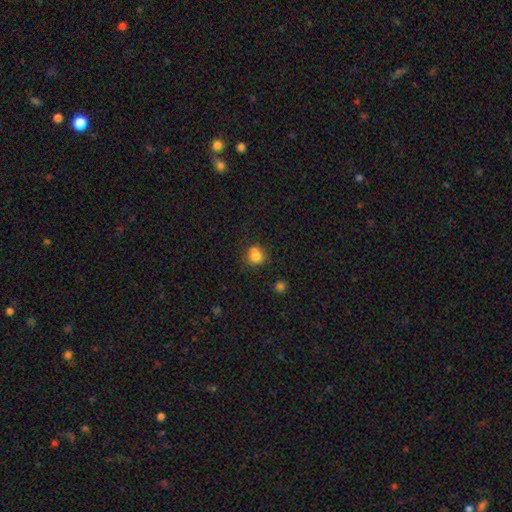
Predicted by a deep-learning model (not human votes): Q: Smooth or featured?
A: smooth (79%); runner-up: star or artifact (12%)
Q: How rounded?
A: round (81%); runner-up: in between (18%)
Q: Merging?
A: none (56%); runner-up: merger (23%)